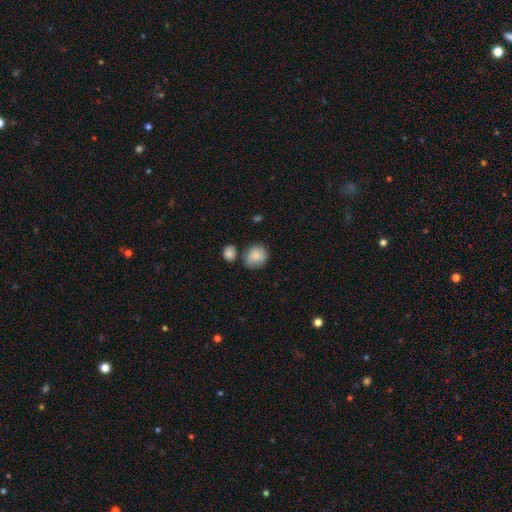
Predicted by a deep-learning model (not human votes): smooth_or_featured: smooth (p=0.82) [alt: featured or disk p=0.11]
how_rounded: round (p=0.74) [alt: in between p=0.25]
merging: none (p=0.59) [alt: minor disturbance p=0.22]